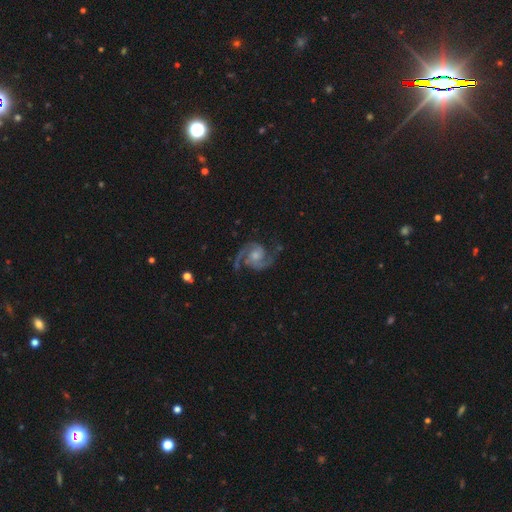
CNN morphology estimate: Smooth or featured? featured or disk (92%)
Edge-on disk? no (98%)
Bar? no (64%)
Spiral arms? yes (98%)
Spiral winding? medium (61%)
Spiral arm count? 2 (94%)
Bulge size? moderate (45%)
Merging? none (76%)